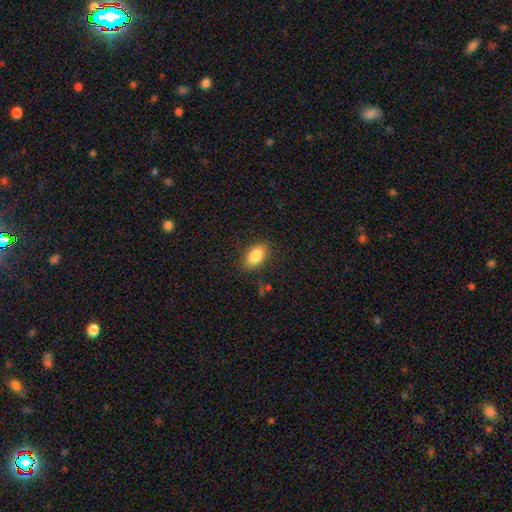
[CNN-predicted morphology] Smooth or featured? smooth (84%)
How rounded? in between (90%)
Merging? none (85%)